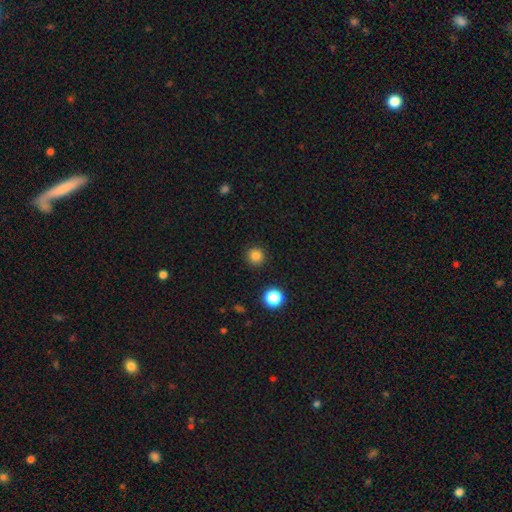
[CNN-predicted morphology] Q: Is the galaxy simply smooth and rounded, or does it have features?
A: smooth — 83%.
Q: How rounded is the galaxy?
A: round — 95%.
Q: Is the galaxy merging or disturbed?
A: none — 91%.